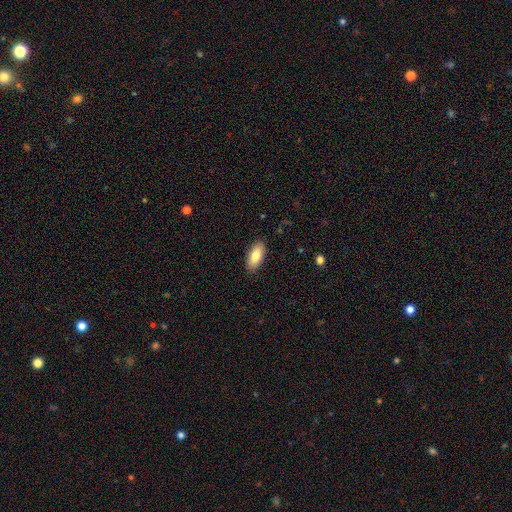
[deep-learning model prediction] Q: Smooth or featured?
A: smooth (83%); runner-up: featured or disk (11%)
Q: How rounded?
A: in between (87%); runner-up: cigar-shaped (11%)
Q: Merging?
A: none (88%); runner-up: minor disturbance (10%)